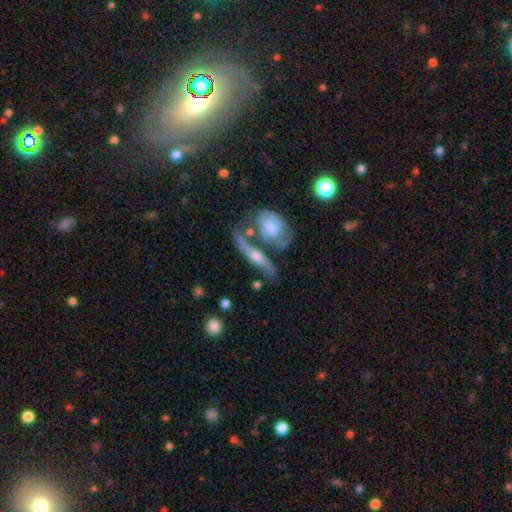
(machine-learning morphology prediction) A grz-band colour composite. It shows a featured or disk galaxy (74%) viewed edge-on (62%). Merging: none (46%).